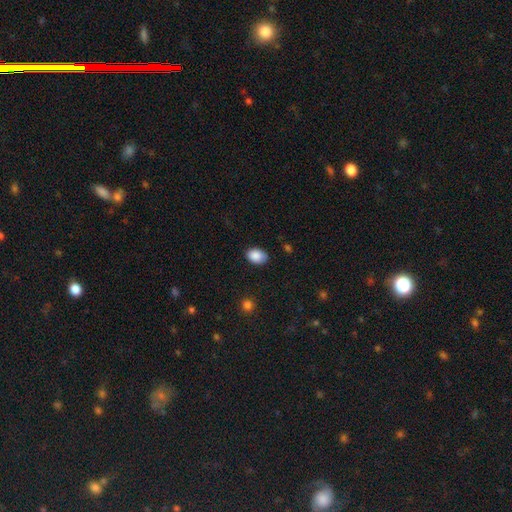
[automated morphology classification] A smooth galaxy with no disk features (89%) that is in between round and cigar-shaped (83%).

Vote fractions:
- Smooth or featured? smooth: 89% / star or artifact: 7% / featured or disk: 4%
- How rounded? in between: 83% / round: 16% / cigar-shaped: 1%
- Merging? none: 83% / minor disturbance: 13% / major disturbance: 3% / merger: 1%